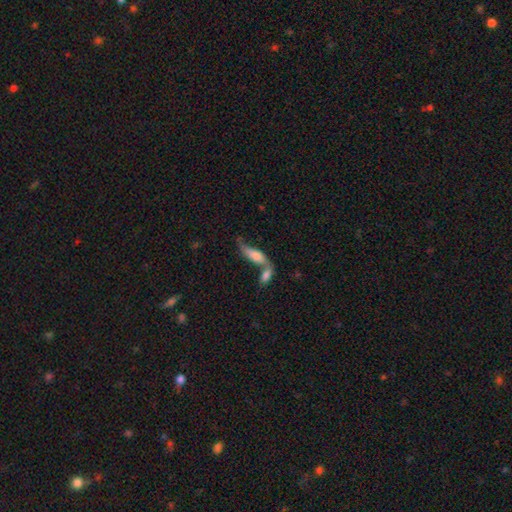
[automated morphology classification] smooth_or_featured: smooth (p=0.58) [alt: featured or disk p=0.34]
how_rounded: in between (p=0.53) [alt: cigar-shaped p=0.44]
merging: merger (p=0.58) [alt: none p=0.23]